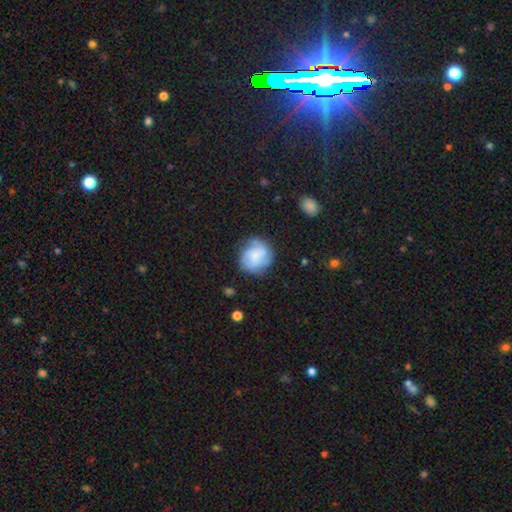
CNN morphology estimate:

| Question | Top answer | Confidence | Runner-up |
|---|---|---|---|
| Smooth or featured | smooth | 54% | featured or disk (37%) |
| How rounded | round | 79% | in between (20%) |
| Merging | none | 63% | minor disturbance (24%) |